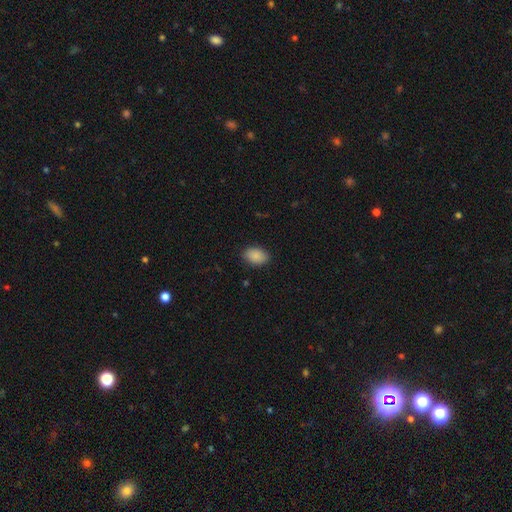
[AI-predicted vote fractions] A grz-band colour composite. It shows a smooth galaxy with no disk features (88%) that is in between round and cigar-shaped (86%). Merging: none (87%).